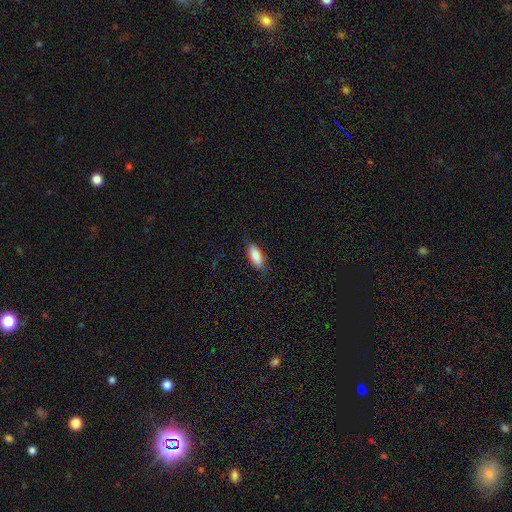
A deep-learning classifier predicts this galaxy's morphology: smooth_or_featured: smooth (p=0.85) [alt: featured or disk p=0.09]
how_rounded: in between (p=0.86) [alt: cigar-shaped p=0.12]
merging: none (p=0.77) [alt: minor disturbance p=0.18]